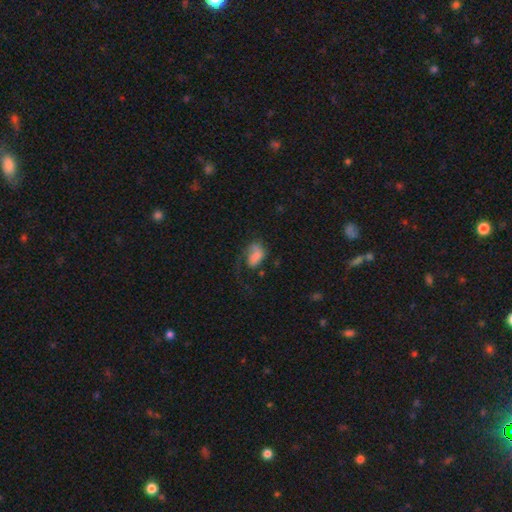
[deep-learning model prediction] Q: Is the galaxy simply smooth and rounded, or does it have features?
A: smooth — 58%.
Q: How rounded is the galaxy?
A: in between — 88%.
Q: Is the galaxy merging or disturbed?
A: major disturbance — 52%.